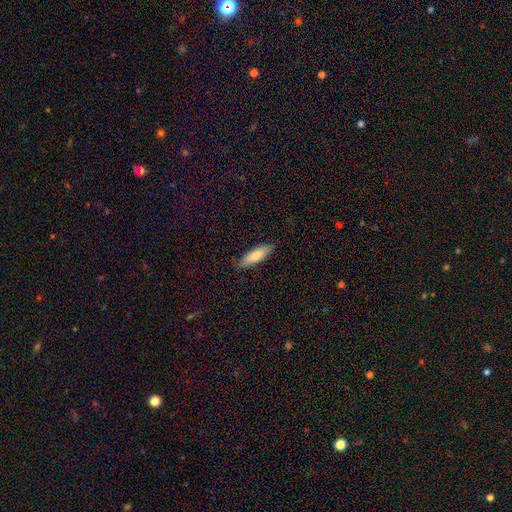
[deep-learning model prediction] Overall: smooth (74%). How rounded: cigar-shaped (55%; in between 43%). Merging: none (86%).